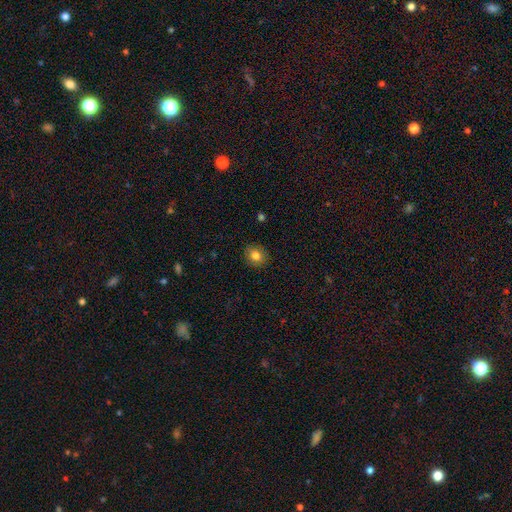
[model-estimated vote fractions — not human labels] Smooth or featured? smooth (81%)
How rounded? round (71%)
Merging? none (89%)